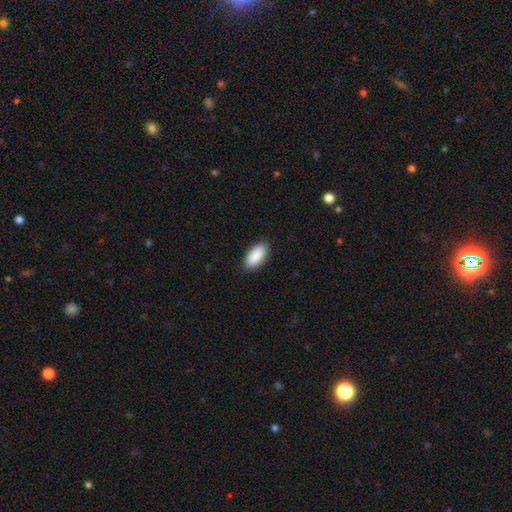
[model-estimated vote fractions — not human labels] Smooth or featured? Predicted: smooth (p=0.91). How rounded? Predicted: in between (p=0.92). Merging? Predicted: none (p=0.88).